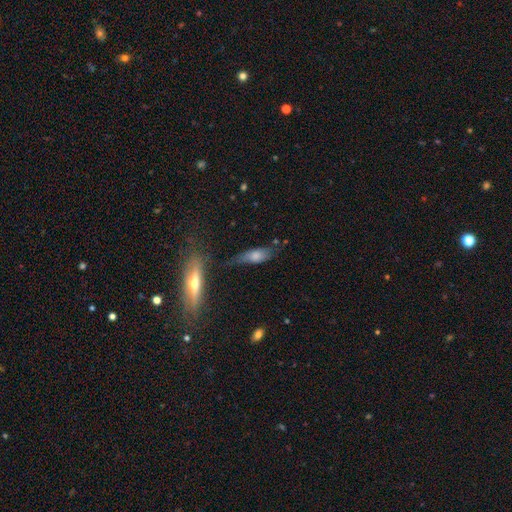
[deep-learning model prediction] Smooth or featured: smooth — 64% (featured or disk — 26%)
How rounded: in between — 62% (cigar-shaped — 33%)
Merging: none — 42% (minor disturbance — 31%)